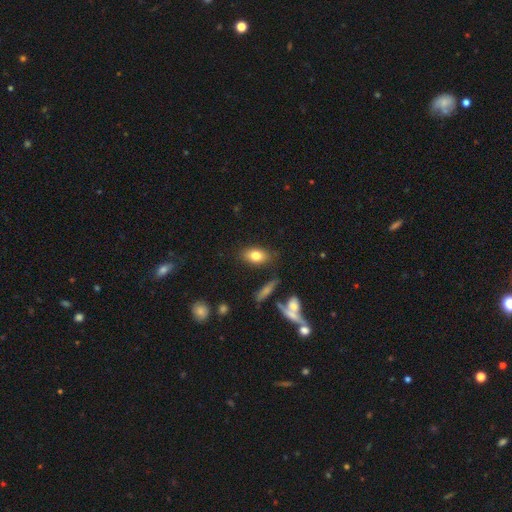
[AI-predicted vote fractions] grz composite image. It shows a smooth galaxy with no disk features (79%) that is in between round and cigar-shaped (85%). Merging: none (81%).